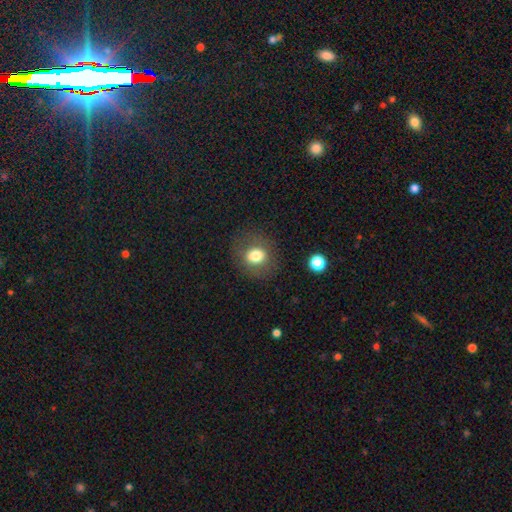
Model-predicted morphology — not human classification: The model was most divided on "how rounded": round: 62%, in between: 37%, cigar-shaped: 1%. More confident: merging — none (82%); smooth or featured — smooth (76%).